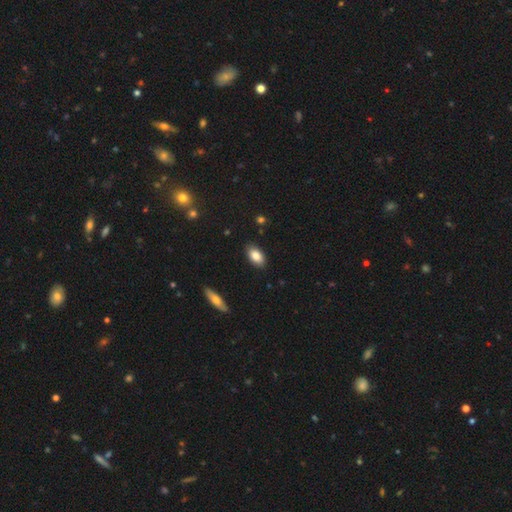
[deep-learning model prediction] smooth 85%, featured or disk 8%, star or artifact 7%. Down the decision tree: how rounded — in between (93%); merging — none (87%).